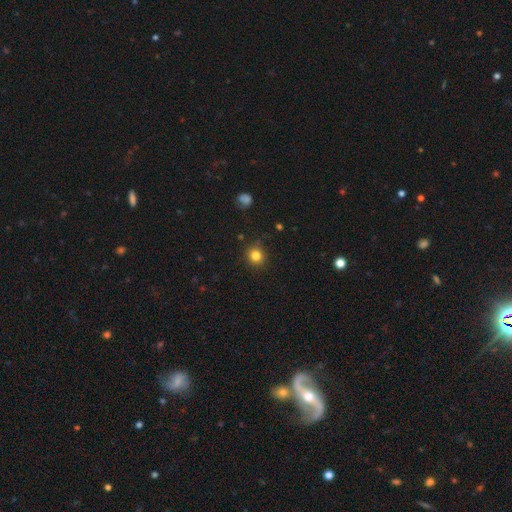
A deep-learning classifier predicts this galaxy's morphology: Smooth or featured: smooth — 82% (star or artifact — 13%)
How rounded: round — 90% (in between — 10%)
Merging: none — 88% (minor disturbance — 8%)